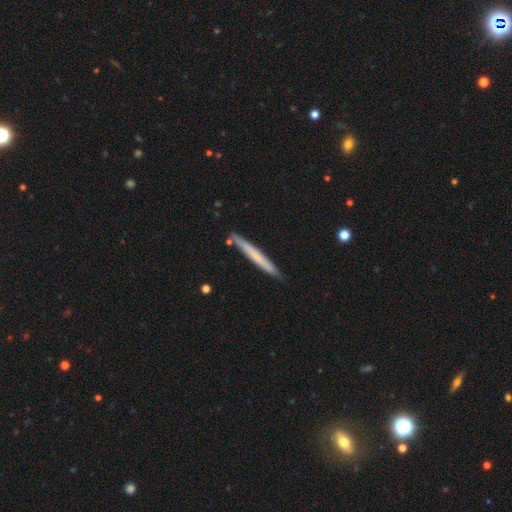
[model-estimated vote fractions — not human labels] smooth 60%, featured or disk 34%, star or artifact 6%. Down the decision tree: how rounded — cigar-shaped (97%); merging — none (87%).